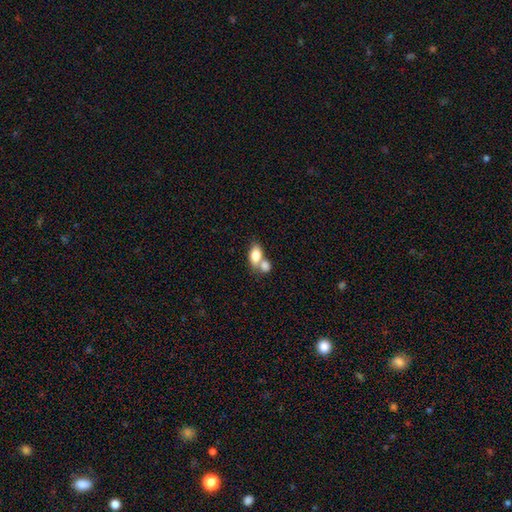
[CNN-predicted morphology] This appears to be a smooth galaxy with no disk features (80%) that is in between round and cigar-shaped (85%). Merging: merger (59%).